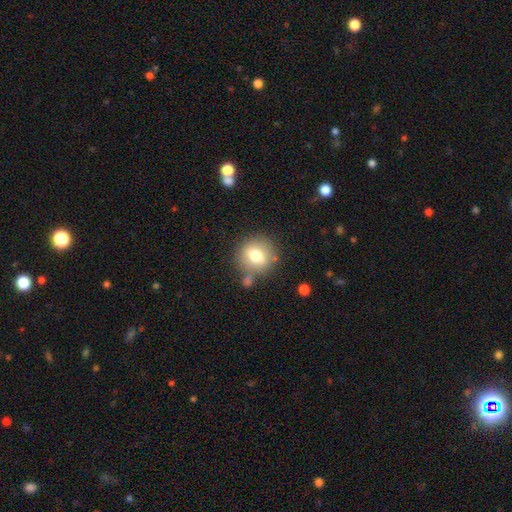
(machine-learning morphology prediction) Smooth or featured?
  - smooth: 71% *
  - featured or disk: 19%
  - star or artifact: 10%
How rounded?
  - round: 84% *
  - in between: 15%
  - cigar-shaped: 1%
Merging?
  - none: 75% *
  - minor disturbance: 13%
  - merger: 8%
  - major disturbance: 4%